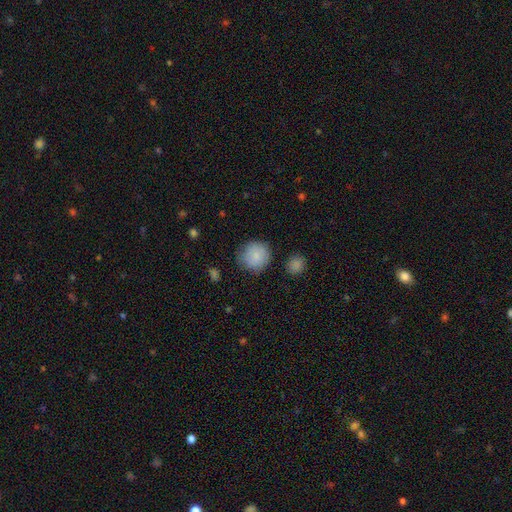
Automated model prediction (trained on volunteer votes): smooth-or-featured: smooth: 85% | featured or disk: 8% | star or artifact: 8%
  how-rounded: round: 92% | in between: 7% | cigar-shaped: 1%
  merging: none: 77% | minor disturbance: 16% | major disturbance: 4% | merger: 3%